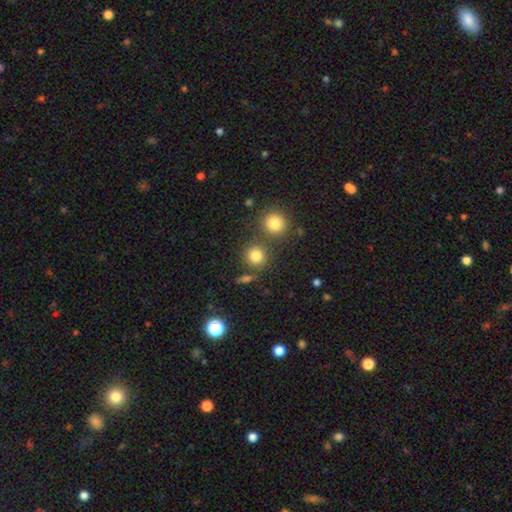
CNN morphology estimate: Smooth or featured: smooth — 81% (star or artifact — 13%)
How rounded: round — 89% (in between — 10%)
Merging: none — 73% (merger — 15%)